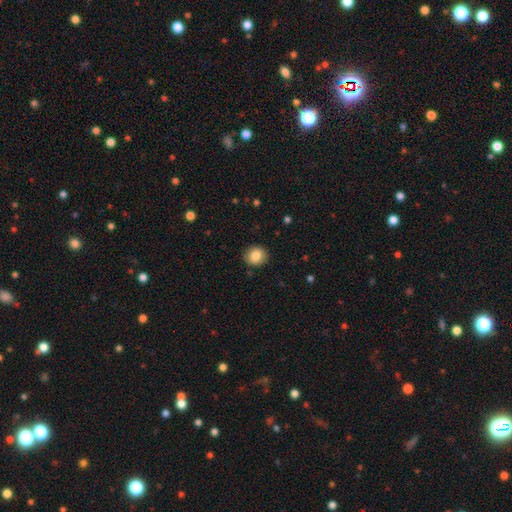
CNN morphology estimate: A smooth galaxy with no disk features (84%) that is round (82%). Merging: none (90%).